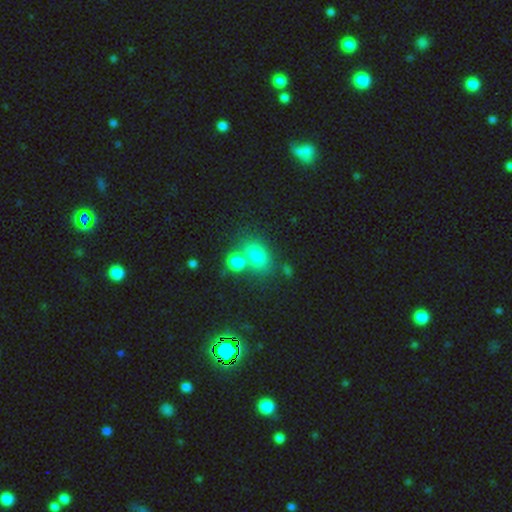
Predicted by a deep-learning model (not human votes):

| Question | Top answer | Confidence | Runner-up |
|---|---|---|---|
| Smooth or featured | smooth | 78% | star or artifact (13%) |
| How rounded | in between | 65% | round (34%) |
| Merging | none | 53% | merger (29%) |